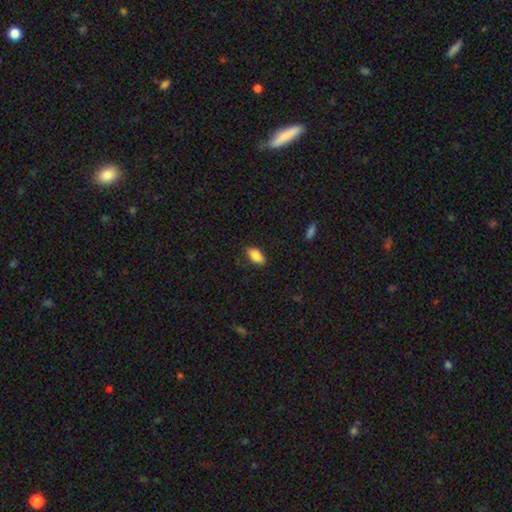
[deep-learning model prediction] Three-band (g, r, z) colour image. It shows a smooth galaxy with no disk features (86%) that is in between round and cigar-shaped (90%). Merging: none (82%).